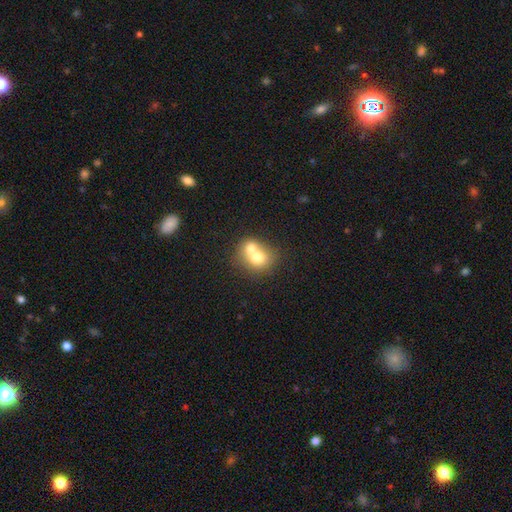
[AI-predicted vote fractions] Smooth or featured? smooth (68%)
How rounded? round (68%)
Merging? merger (69%)